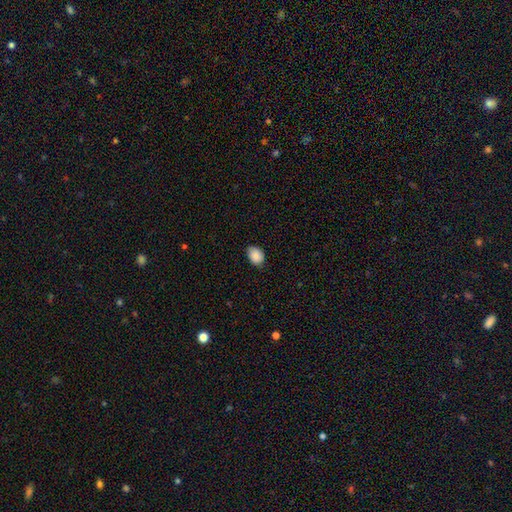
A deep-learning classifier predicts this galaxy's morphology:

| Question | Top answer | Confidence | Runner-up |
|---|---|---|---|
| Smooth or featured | smooth | 88% | star or artifact (8%) |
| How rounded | in between | 68% | round (31%) |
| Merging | none | 77% | minor disturbance (19%) |